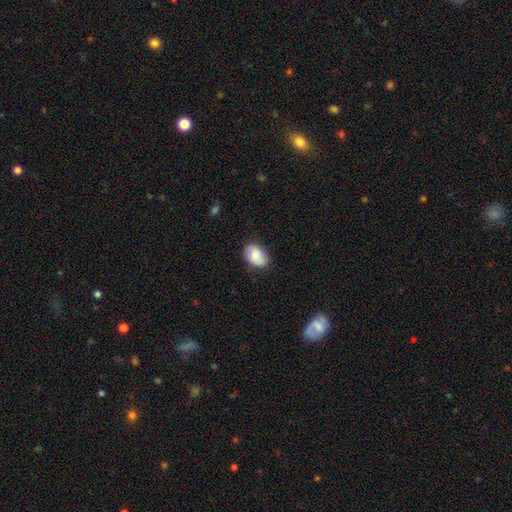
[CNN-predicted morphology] smooth 81%, featured or disk 12%, star or artifact 7%. Down the decision tree: how rounded — in between (86%); merging — none (80%).